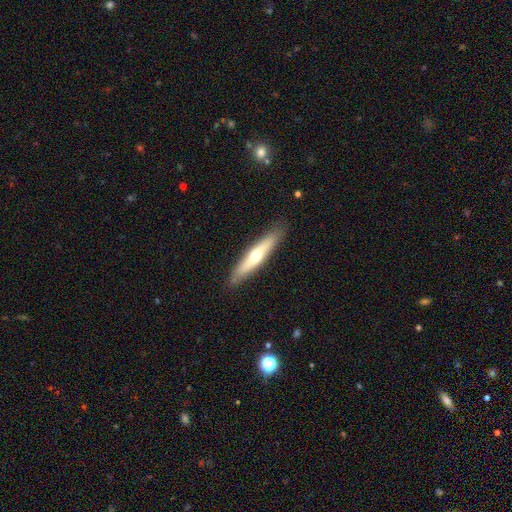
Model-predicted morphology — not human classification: smooth_or_featured: featured or disk (p=0.48) [alt: smooth p=0.47]
merging: none (p=0.88) [alt: minor disturbance p=0.09]